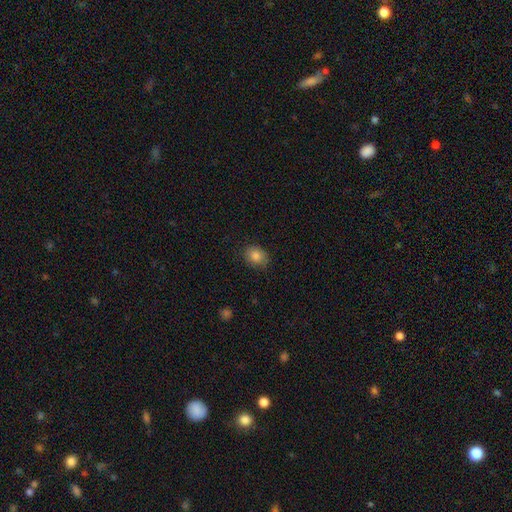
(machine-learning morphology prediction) This appears to be a smooth galaxy with no disk features (85%) that is in between round and cigar-shaped (55%). Merging: none (84%).